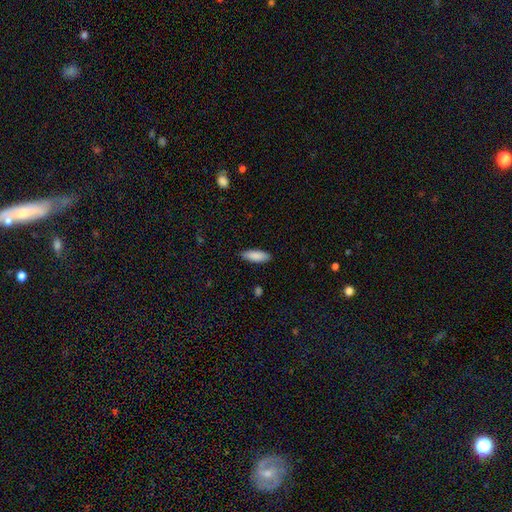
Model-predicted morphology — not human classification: Smooth or featured? smooth (89%)
How rounded? in between (66%)
Merging? none (88%)